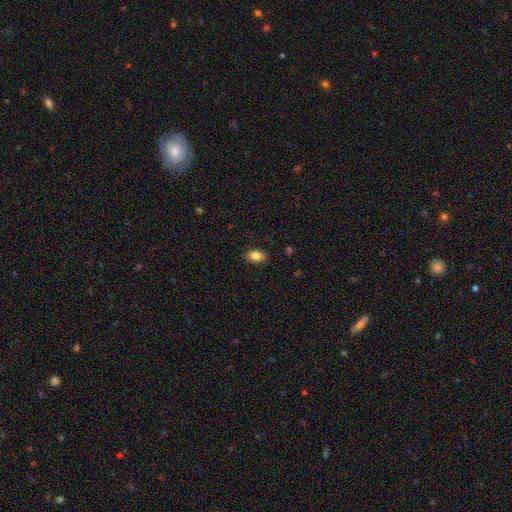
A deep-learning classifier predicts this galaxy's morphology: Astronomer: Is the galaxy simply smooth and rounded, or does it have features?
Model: smooth — 84%.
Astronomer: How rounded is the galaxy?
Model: in between — 87%.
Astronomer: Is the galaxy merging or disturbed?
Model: none — 87%.